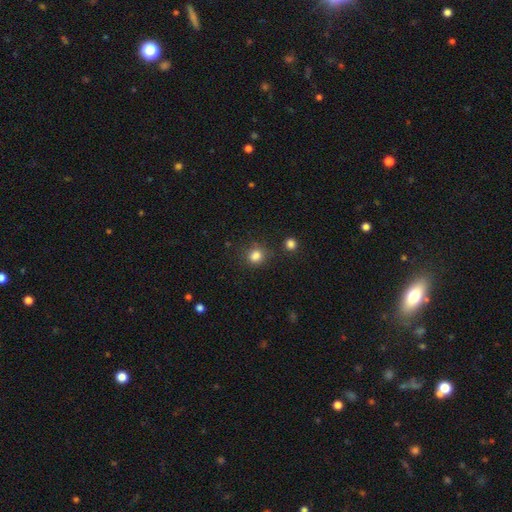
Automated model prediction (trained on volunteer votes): smooth_or_featured: smooth (p=0.83) [alt: star or artifact p=0.13]
how_rounded: round (p=0.78) [alt: in between p=0.21]
merging: none (p=0.78) [alt: minor disturbance p=0.13]